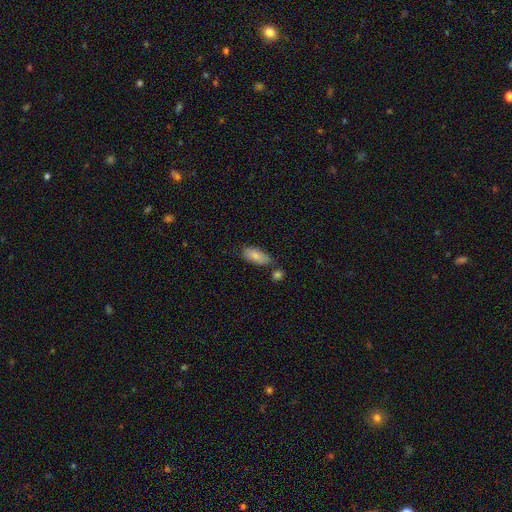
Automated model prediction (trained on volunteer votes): smooth_or_featured: smooth (p=0.82) [alt: featured or disk p=0.11]
how_rounded: in between (p=0.90) [alt: cigar-shaped p=0.08]
merging: none (p=0.64) [alt: minor disturbance p=0.21]